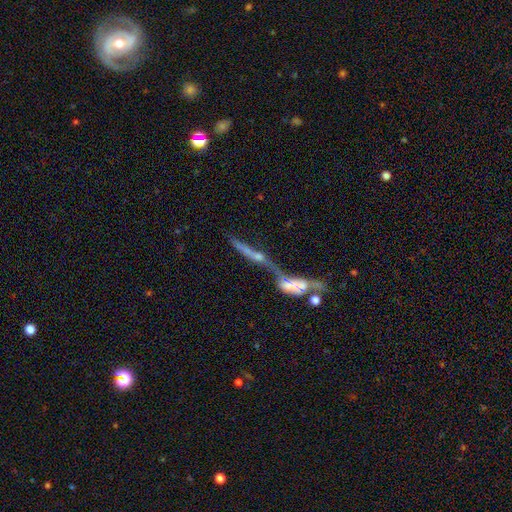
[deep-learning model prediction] This is likely a featured or disk galaxy (66%). It is likely viewed edge-on (67%). Merging: likely merger (68%).